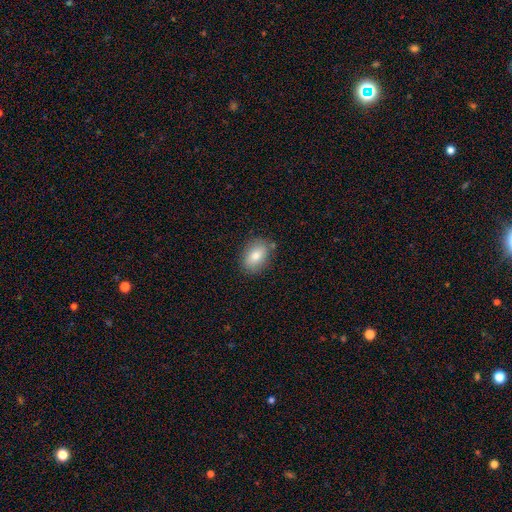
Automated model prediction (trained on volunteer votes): Smooth or featured? smooth (79%)
How rounded? in between (83%)
Merging? none (82%)